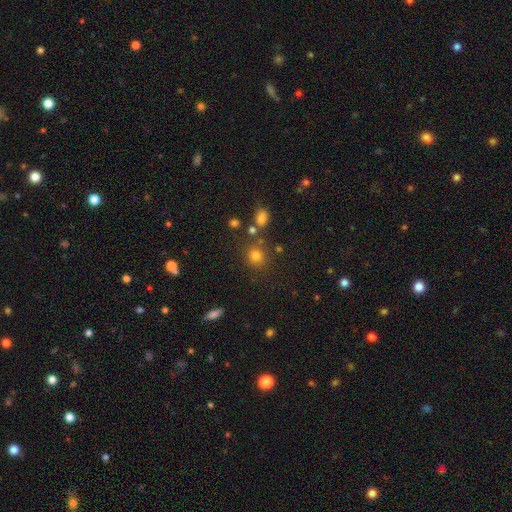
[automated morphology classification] Smooth or featured? smooth (77%)
How rounded? round (83%)
Merging? none (77%)